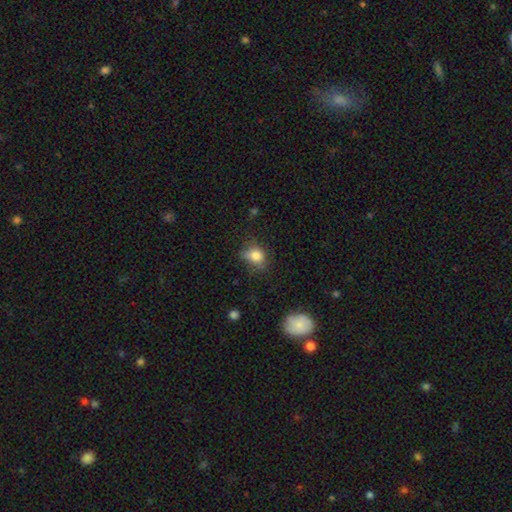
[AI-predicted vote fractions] Morphology: type=smooth (80%); roundness=in between (53%); merging=none (57%).